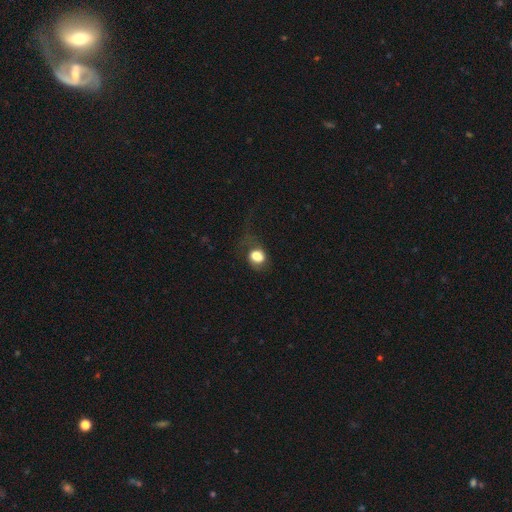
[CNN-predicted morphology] This appears to be a smooth galaxy with no disk features (75%) that is round (62%). Merging: none (39%).